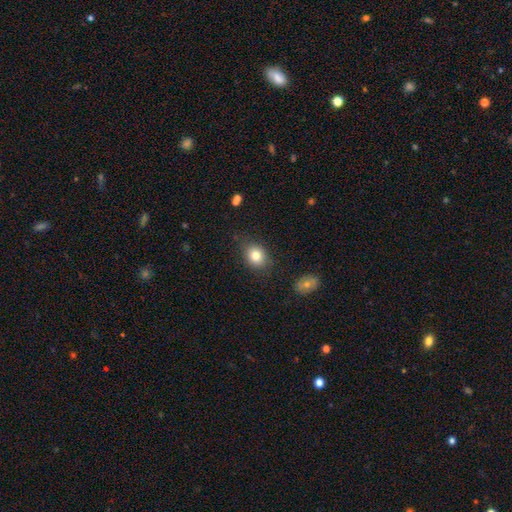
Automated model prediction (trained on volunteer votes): Q: Smooth or featured?
A: smooth (81%); runner-up: star or artifact (10%)
Q: How rounded?
A: round (56%); runner-up: in between (43%)
Q: Merging?
A: none (79%); runner-up: minor disturbance (15%)